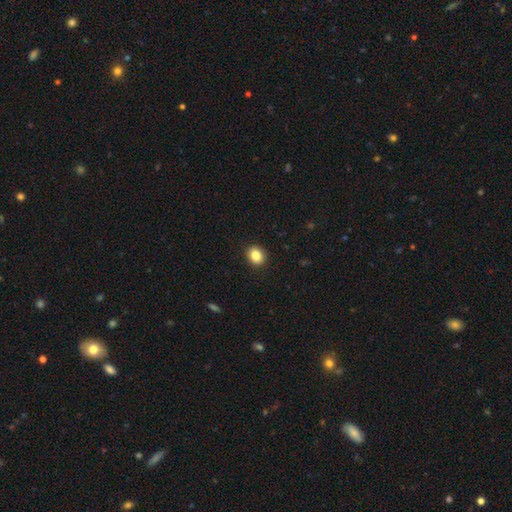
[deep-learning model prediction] smooth-or-featured: smooth: 84% | star or artifact: 10% | featured or disk: 6%
  how-rounded: round: 63% | in between: 37% | cigar-shaped: 1%
  merging: none: 91% | minor disturbance: 6% | major disturbance: 2% | merger: 1%